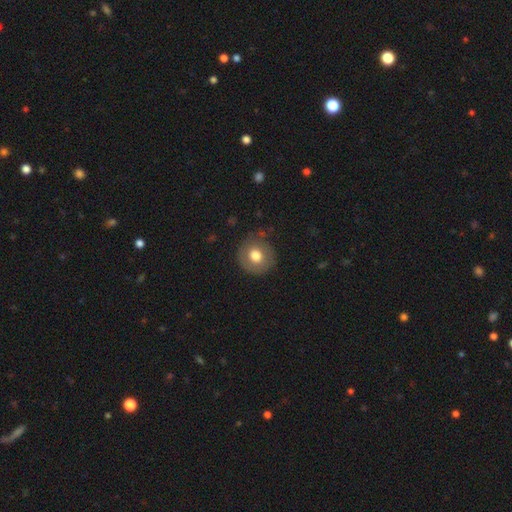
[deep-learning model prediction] smooth 72%, featured or disk 20%, star or artifact 8%. Down the decision tree: how rounded — round (91%); merging — none (79%).